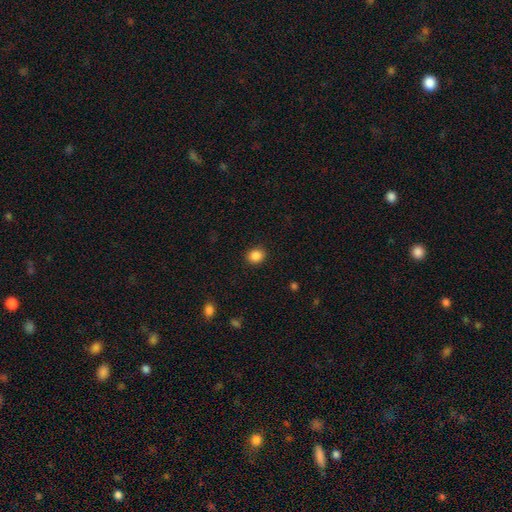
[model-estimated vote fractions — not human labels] Morphology: type=smooth (87%); roundness=round (66%); merging=none (90%).